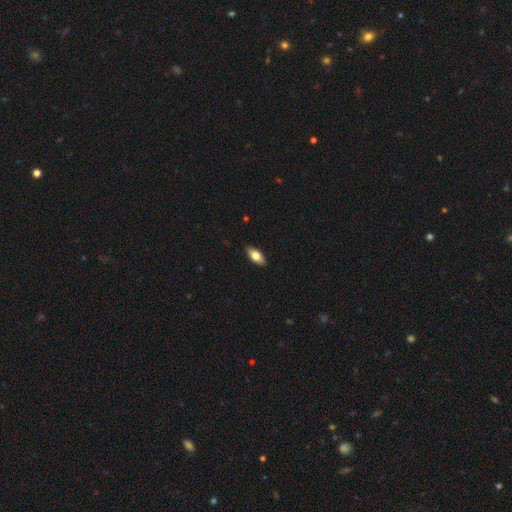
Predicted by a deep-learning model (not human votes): Smooth or featured?
  - smooth: 72% *
  - featured or disk: 21%
  - star or artifact: 6%
How rounded?
  - in between: 85% *
  - cigar-shaped: 12%
  - round: 3%
Merging?
  - none: 89% *
  - minor disturbance: 8%
  - major disturbance: 2%
  - merger: 1%